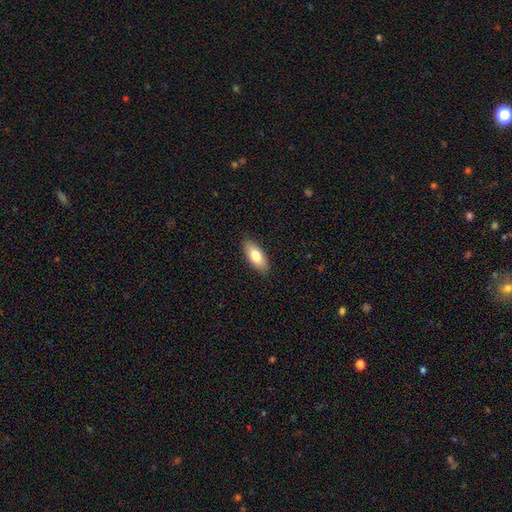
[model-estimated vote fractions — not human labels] smooth-or-featured: smooth: 77% | featured or disk: 17% | star or artifact: 6%
  how-rounded: in between: 82% | cigar-shaped: 16% | round: 2%
  merging: none: 88% | minor disturbance: 9% | major disturbance: 2% | merger: 1%